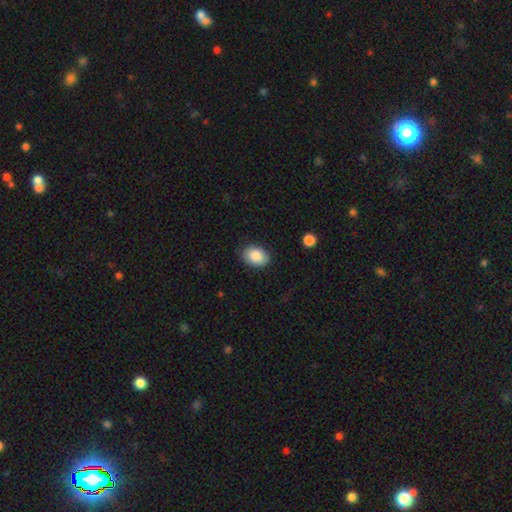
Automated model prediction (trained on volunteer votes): Overall: smooth (87%). How rounded: in between (77%). Merging: none (84%).